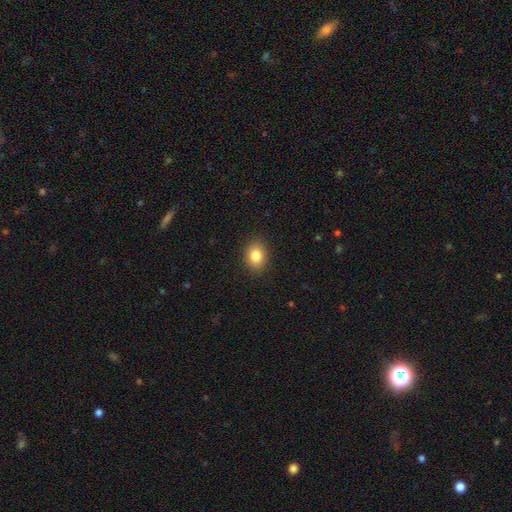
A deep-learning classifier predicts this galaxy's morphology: Smooth or featured?
  - smooth: 84% *
  - star or artifact: 9%
  - featured or disk: 7%
How rounded?
  - in between: 64% *
  - round: 35%
  - cigar-shaped: 1%
Merging?
  - none: 89% *
  - minor disturbance: 8%
  - major disturbance: 2%
  - merger: 1%